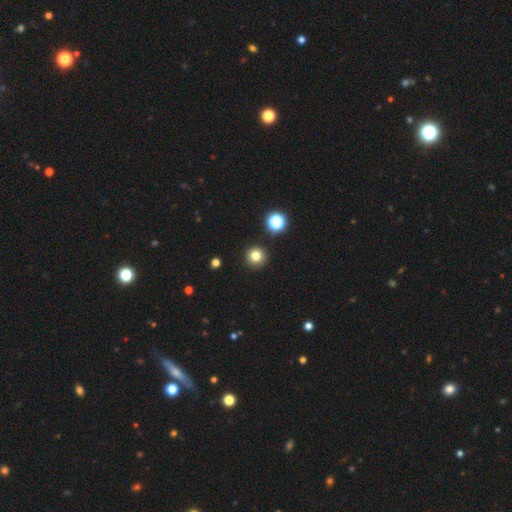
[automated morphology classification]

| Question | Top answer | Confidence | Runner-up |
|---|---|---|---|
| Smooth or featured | smooth | 79% | star or artifact (14%) |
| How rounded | round | 95% | in between (4%) |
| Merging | none | 91% | minor disturbance (5%) |